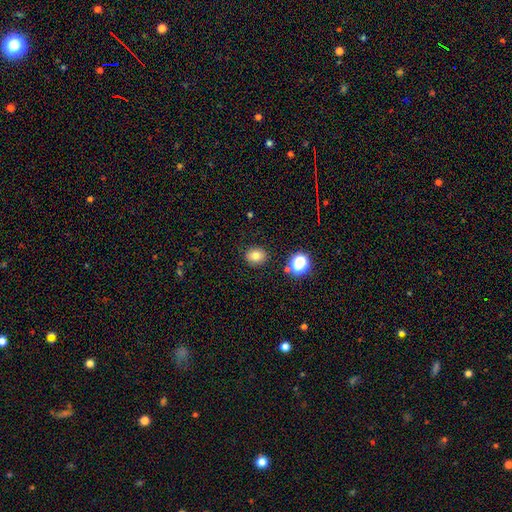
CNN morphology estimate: A smooth galaxy with no disk features (77%) that is round (71%). Merging: none (88%).